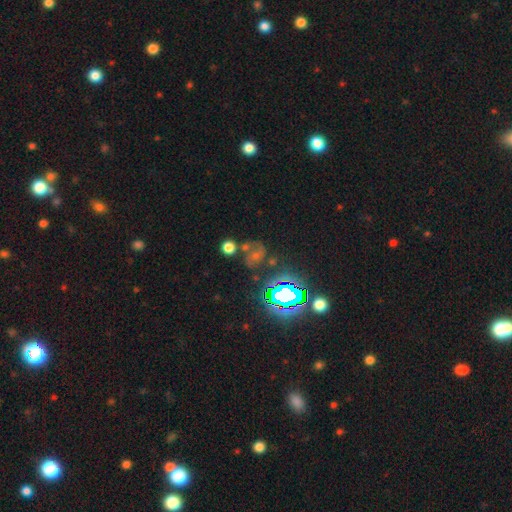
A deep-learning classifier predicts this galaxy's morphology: type=star or artifact (50%).